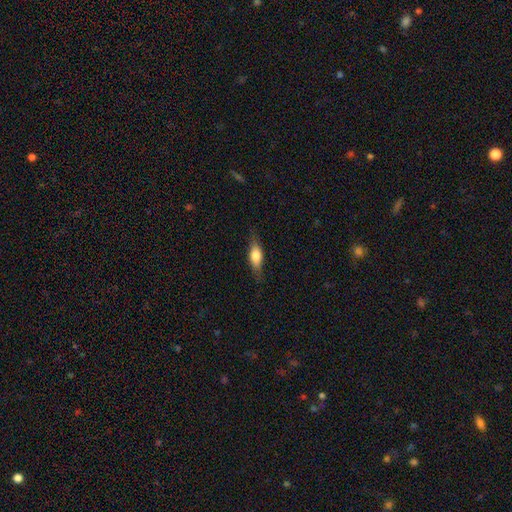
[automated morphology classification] This is possibly a smooth galaxy (59%). How rounded: likely in between (60%). Merging: likely none (79%).